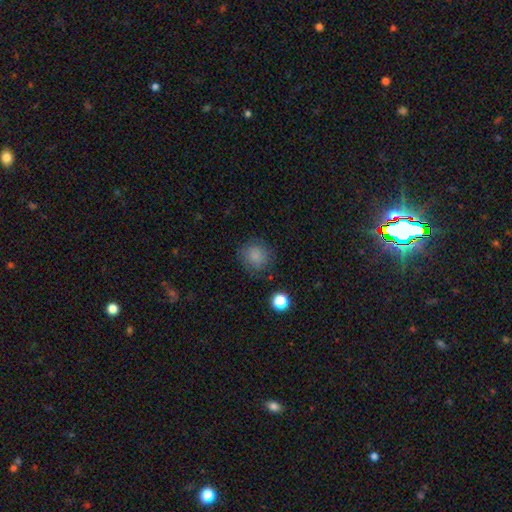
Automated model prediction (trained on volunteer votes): Smooth or featured? smooth (82%)
How rounded? round (88%)
Merging? none (78%)